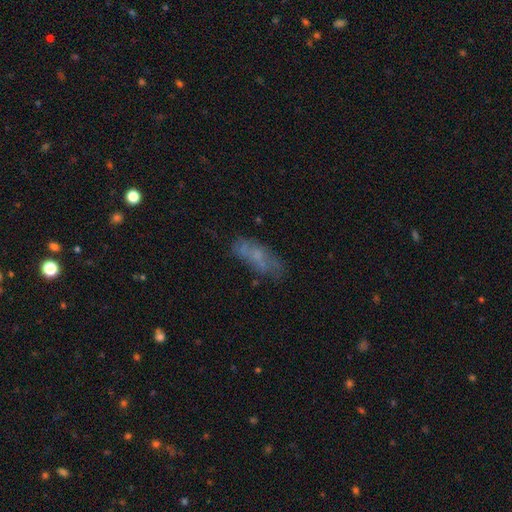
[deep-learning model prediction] smooth-or-featured: smooth: 51% | featured or disk: 36% | star or artifact: 13%
  how-rounded: in between: 63% | cigar-shaped: 34% | round: 3%
  merging: none: 56% | minor disturbance: 24% | major disturbance: 14% | merger: 7%